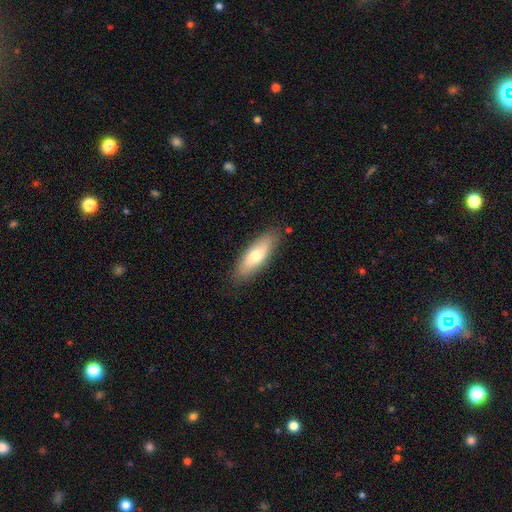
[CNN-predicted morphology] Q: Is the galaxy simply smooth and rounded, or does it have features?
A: smooth — 66%.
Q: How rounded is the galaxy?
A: in between — 58%.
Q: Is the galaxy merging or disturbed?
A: none — 85%.